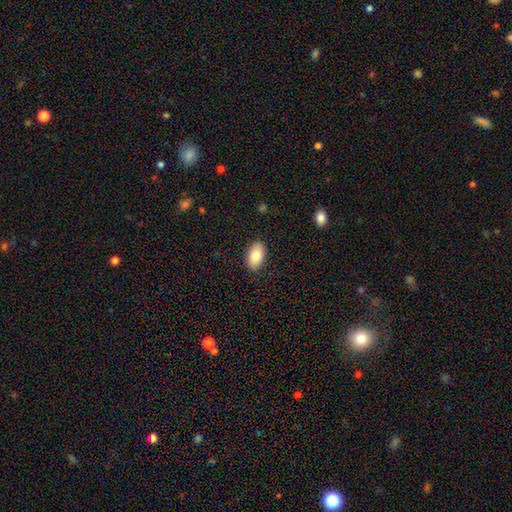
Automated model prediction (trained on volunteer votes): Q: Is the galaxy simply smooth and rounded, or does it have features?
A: smooth — 85%.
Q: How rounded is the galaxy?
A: in between — 94%.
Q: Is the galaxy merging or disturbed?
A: none — 88%.